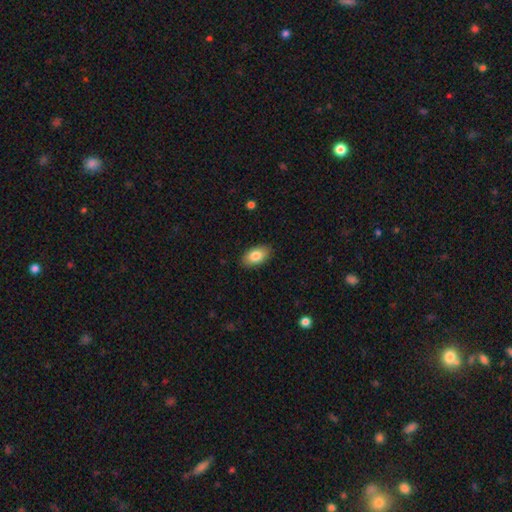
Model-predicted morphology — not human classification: Smooth or featured?
  - smooth: 83% *
  - featured or disk: 10%
  - star or artifact: 7%
How rounded?
  - in between: 93% *
  - round: 5%
  - cigar-shaped: 2%
Merging?
  - none: 88% *
  - minor disturbance: 9%
  - major disturbance: 2%
  - merger: 1%